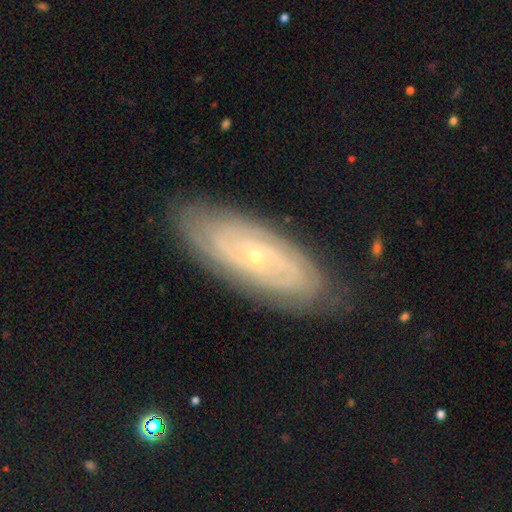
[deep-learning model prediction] The model was most divided on "spiral arm count": can't tell: 47%, 2: 20%, 3: 11%, 4: 10%, more than 4: 7%, 1: 5%. More confident: spiral arms — yes (92%); edge-on disk — no (91%); bulge size — small (86%); merging — none (82%); smooth or featured — featured or disk (81%); spiral winding — tight (80%); bar — no (79%).